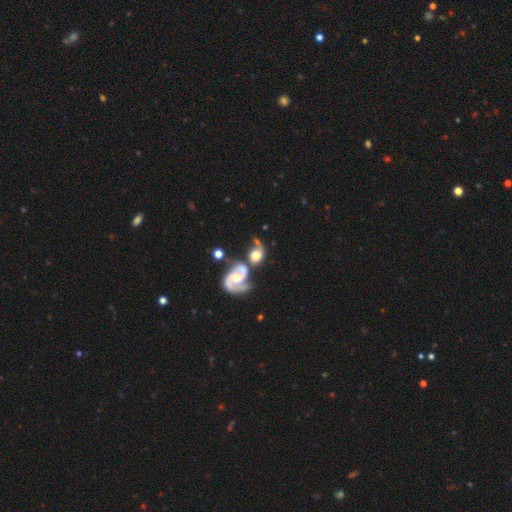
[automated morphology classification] The model was most divided on "spiral winding": medium: 44%, loose: 39%, tight: 17%. More confident: edge-on disk — no (96%); spiral arms — yes (88%); spiral arm count — 2 (83%); smooth or featured — featured or disk (60%); bar — no (54%); bulge size — moderate (51%); merging — merger (51%).